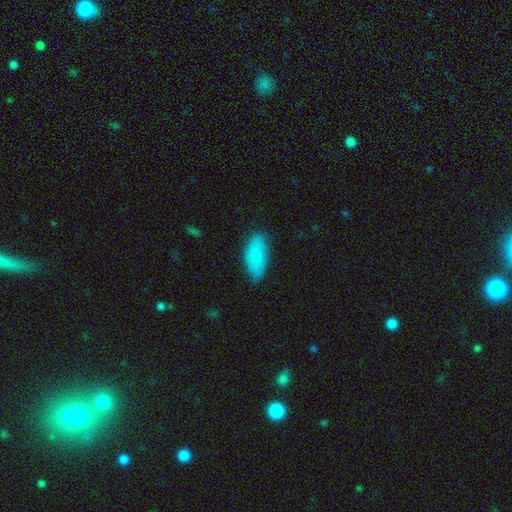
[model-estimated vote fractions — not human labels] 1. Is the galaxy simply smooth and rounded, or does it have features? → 81% smooth, 13% featured or disk, 6% star or artifact.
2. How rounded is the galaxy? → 89% in between, 8% cigar-shaped, 2% round.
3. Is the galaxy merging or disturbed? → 76% none, 20% minor disturbance, 4% major disturbance, 1% merger.